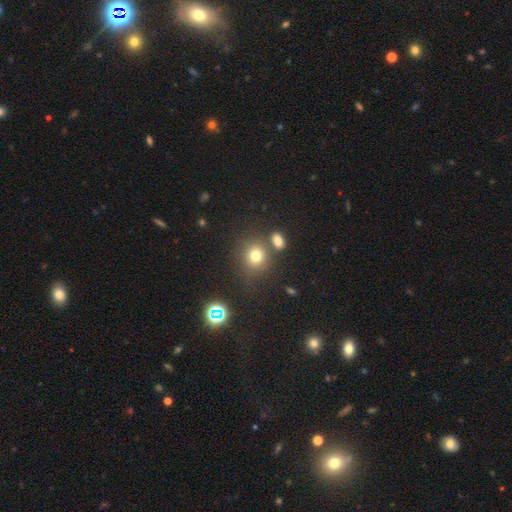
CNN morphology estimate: Q: Smooth or featured?
A: smooth (74%); runner-up: star or artifact (17%)
Q: How rounded?
A: round (78%); runner-up: in between (20%)
Q: Merging?
A: none (67%); runner-up: merger (18%)